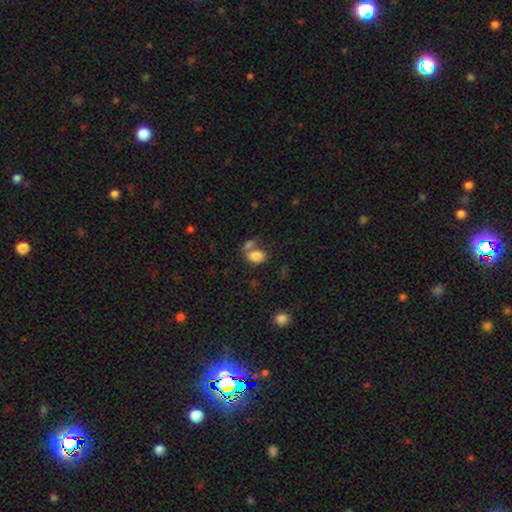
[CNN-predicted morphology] Overall: smooth (82%). How rounded: in between (87%). Merging: none (42%; merger 40%).